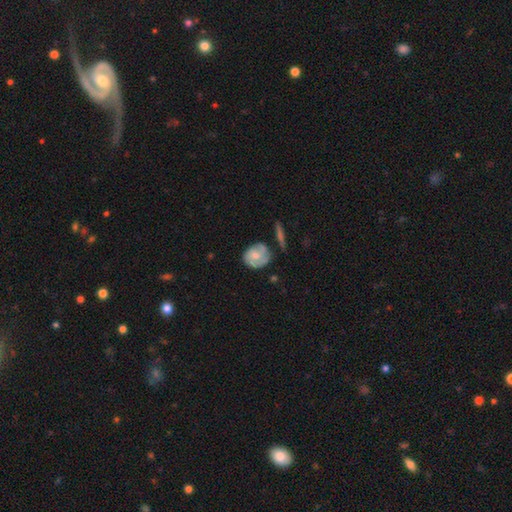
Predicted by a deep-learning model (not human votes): featured or disk 49%, smooth 45%, star or artifact 6%. Down the decision tree: merging — none (57%).